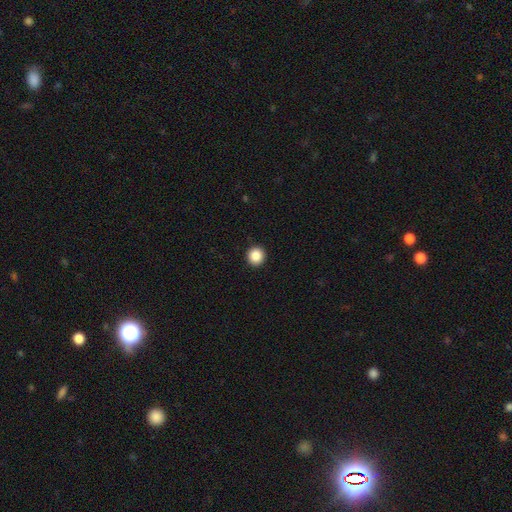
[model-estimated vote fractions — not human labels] Smooth or featured? smooth (87%)
How rounded? round (94%)
Merging? none (93%)